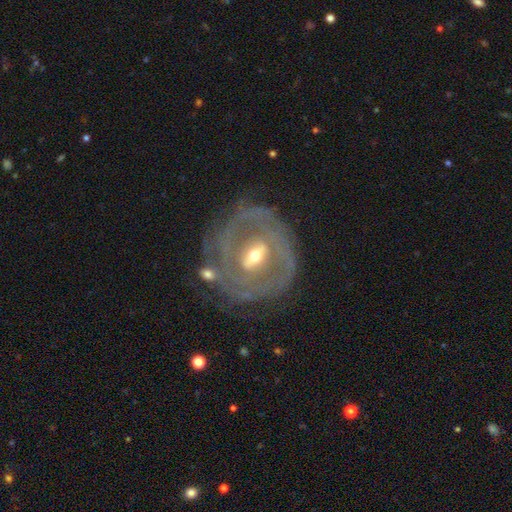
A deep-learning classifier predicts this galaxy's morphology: smooth_or_featured: featured or disk (p=0.83) [alt: smooth p=0.11]
disk_edge_on: no (p=0.95) [alt: yes p=0.05]
bar: weak (p=0.48) [alt: strong p=0.28]
has_spiral_arms: yes (p=0.77) [alt: no p=0.23]
spiral_winding: tight (p=0.70) [alt: medium p=0.22]
spiral_arm_count: can't tell (p=0.43) [alt: 2 p=0.28]
bulge_size: moderate (p=0.56) [alt: small p=0.40]
merging: none (p=0.69) [alt: minor disturbance p=0.17]